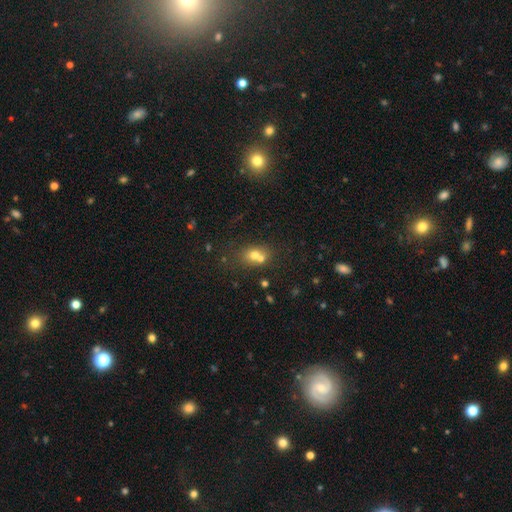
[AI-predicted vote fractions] Overall: smooth (65%). How rounded: round (54%; in between 45%). Merging: merger (49%; none 38%).